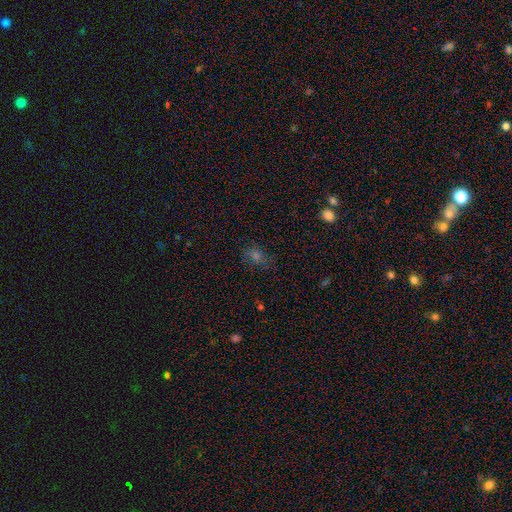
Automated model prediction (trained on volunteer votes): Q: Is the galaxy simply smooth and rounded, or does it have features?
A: smooth — 51%.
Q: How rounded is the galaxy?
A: round — 55%.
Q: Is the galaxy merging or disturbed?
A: none — 72%.